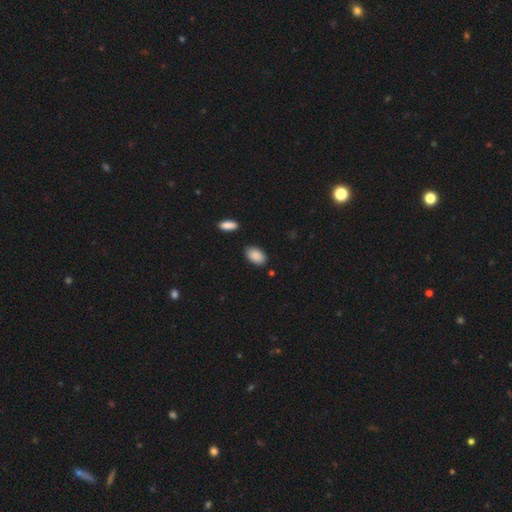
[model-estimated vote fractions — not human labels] Smooth or featured? smooth (89%)
How rounded? in between (92%)
Merging? none (83%)